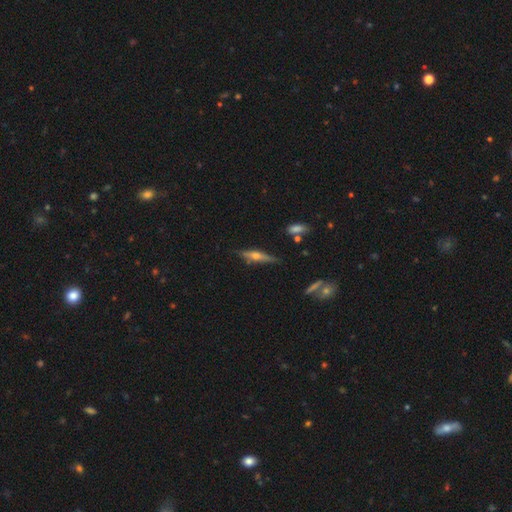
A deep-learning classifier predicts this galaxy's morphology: The model was most divided on "smooth or featured": featured or disk: 59%, smooth: 34%, star or artifact: 7%. More confident: edge-on disk — yes (95%); edge-on bulge — rounded (88%); merging — none (80%).